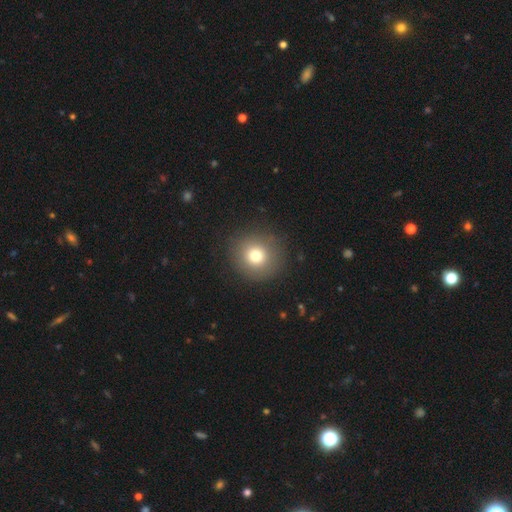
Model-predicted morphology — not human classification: The model was most divided on "smooth or featured": smooth: 76%, star or artifact: 12%, featured or disk: 12%. More confident: how rounded — round (93%); merging — none (90%).